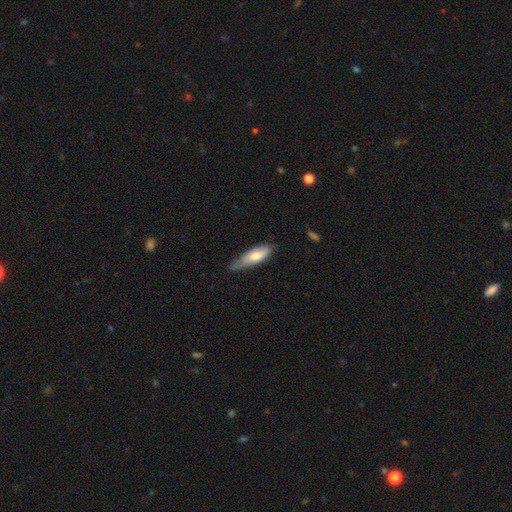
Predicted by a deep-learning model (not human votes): smooth-or-featured: smooth: 68% | featured or disk: 26% | star or artifact: 6%
  how-rounded: in between: 51% | cigar-shaped: 47% | round: 2%
  merging: none: 51% | minor disturbance: 39% | major disturbance: 8% | merger: 2%